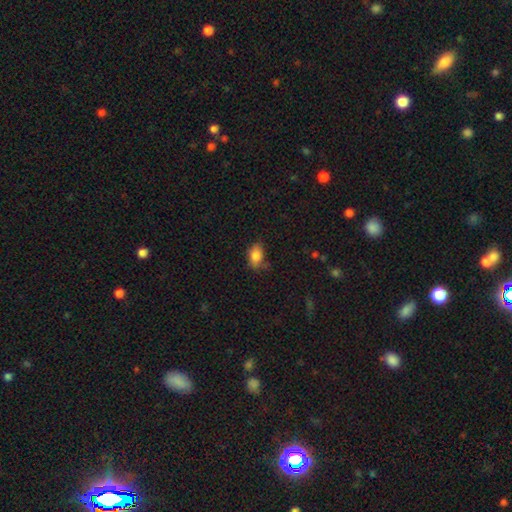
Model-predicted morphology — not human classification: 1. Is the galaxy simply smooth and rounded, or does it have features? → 84% smooth, 9% star or artifact, 7% featured or disk.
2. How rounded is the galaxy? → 85% in between, 14% round, 2% cigar-shaped.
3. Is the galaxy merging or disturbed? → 62% none, 28% minor disturbance, 7% major disturbance, 3% merger.